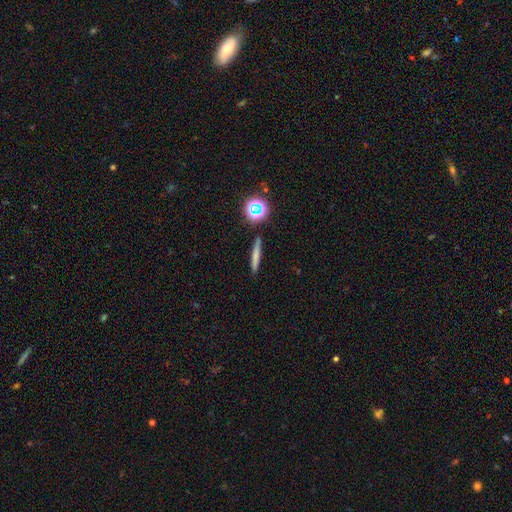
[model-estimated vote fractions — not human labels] Smooth or featured?
  - smooth: 66% *
  - featured or disk: 23%
  - star or artifact: 12%
How rounded?
  - cigar-shaped: 91% *
  - in between: 5%
  - round: 4%
Merging?
  - none: 89% *
  - minor disturbance: 7%
  - merger: 2%
  - major disturbance: 2%